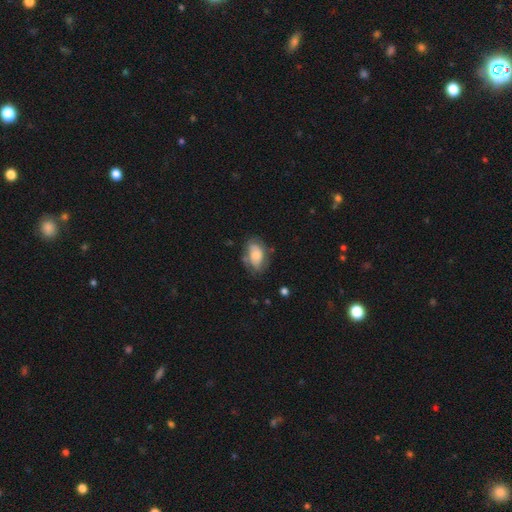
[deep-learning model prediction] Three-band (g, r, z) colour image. It shows a smooth galaxy with no disk features (52%) that is in between round and cigar-shaped (88%). Merging: none (60%).